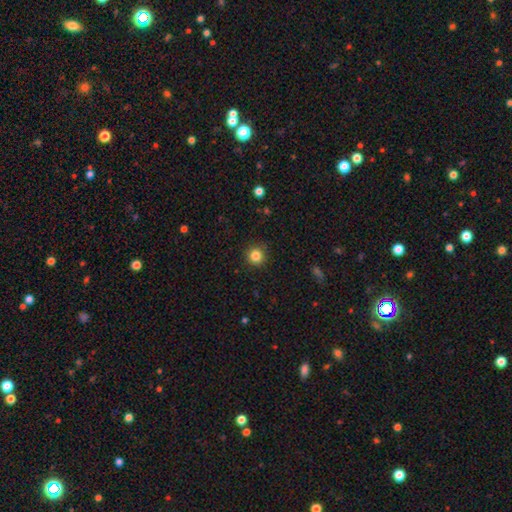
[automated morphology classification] A smooth galaxy with no disk features (84%) that is round (94%).

Vote fractions:
- Smooth or featured? smooth: 84% / star or artifact: 11% / featured or disk: 5%
- How rounded? round: 94% / in between: 5% / cigar-shaped: 1%
- Merging? none: 90% / minor disturbance: 7% / major disturbance: 2% / merger: 1%